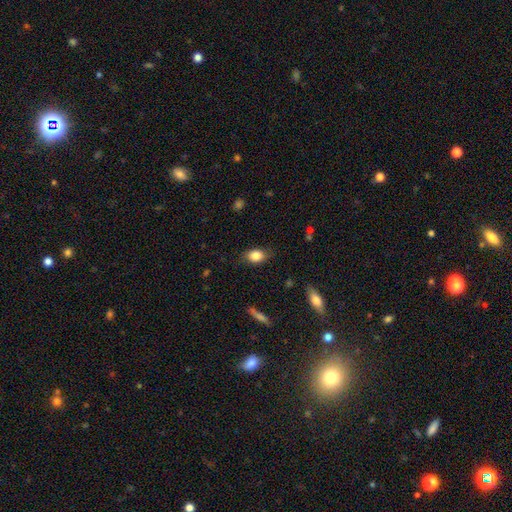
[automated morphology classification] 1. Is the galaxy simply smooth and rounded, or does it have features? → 82% smooth, 10% featured or disk, 8% star or artifact.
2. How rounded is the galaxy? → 79% in between, 19% round, 2% cigar-shaped.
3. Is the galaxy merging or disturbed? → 77% none, 18% minor disturbance, 4% major disturbance, 1% merger.